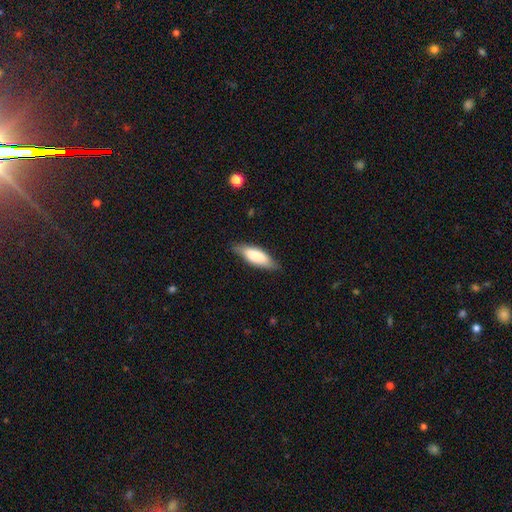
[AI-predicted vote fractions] This is likely a smooth galaxy (77%). How rounded: likely in between (64%). Merging: likely none (77%).